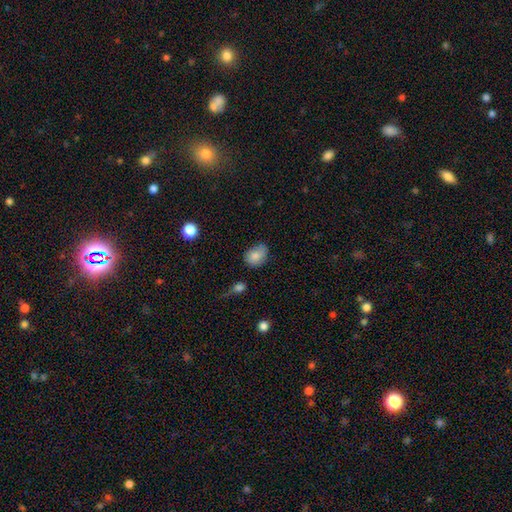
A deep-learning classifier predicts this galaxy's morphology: The model was most divided on "how rounded": in between: 58%, round: 41%, cigar-shaped: 1%. More confident: smooth or featured — smooth (83%); merging — none (58%).